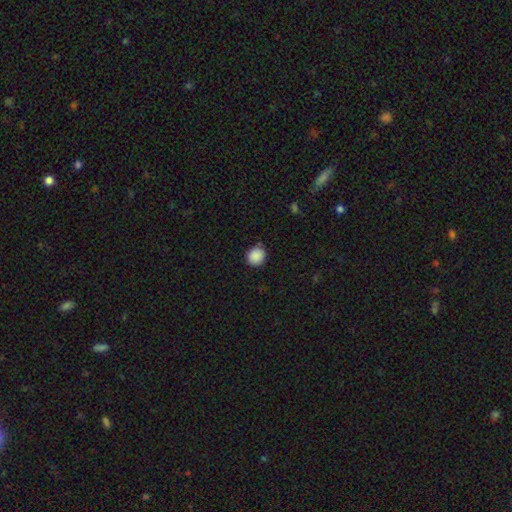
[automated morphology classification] Q: Smooth or featured?
A: smooth (89%); runner-up: star or artifact (9%)
Q: How rounded?
A: round (85%); runner-up: in between (14%)
Q: Merging?
A: none (81%); runner-up: minor disturbance (14%)